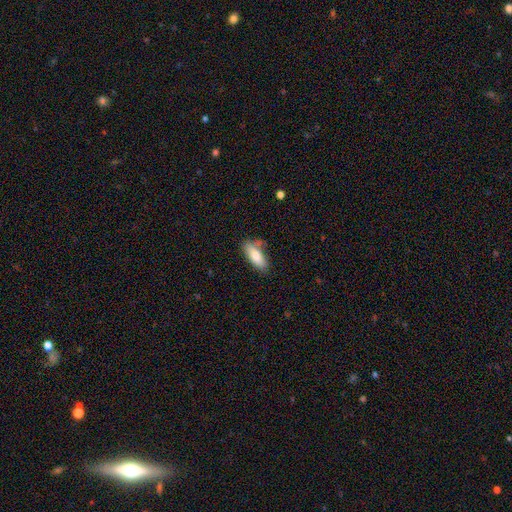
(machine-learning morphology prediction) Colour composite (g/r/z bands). It shows a smooth galaxy with no disk features (79%) that is in between round and cigar-shaped (74%). Merging: none (67%).